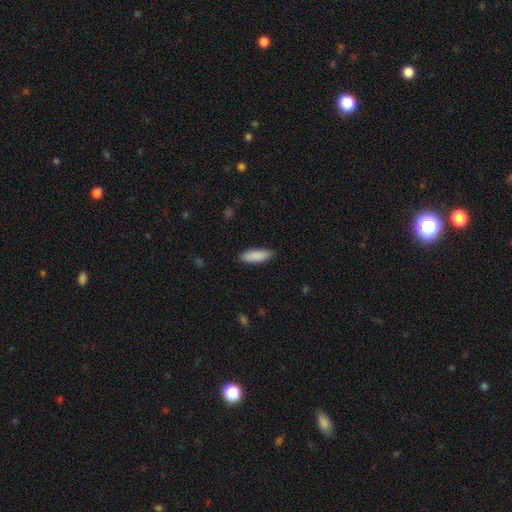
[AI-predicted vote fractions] Smooth or featured? smooth (89%)
How rounded? in between (58%)
Merging? none (86%)